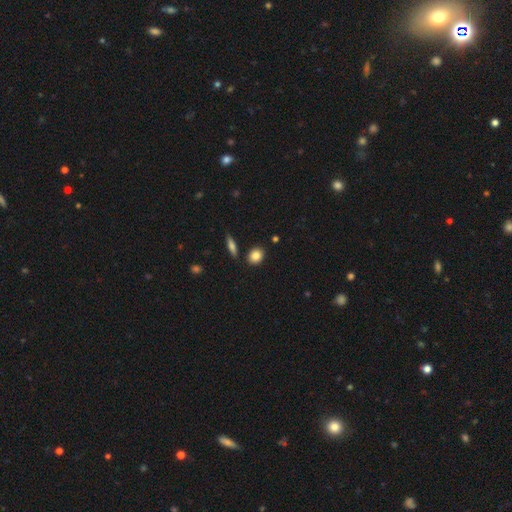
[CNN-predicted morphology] This is clearly a smooth galaxy (84%). How rounded: possibly round (50%). Merging: clearly none (85%).